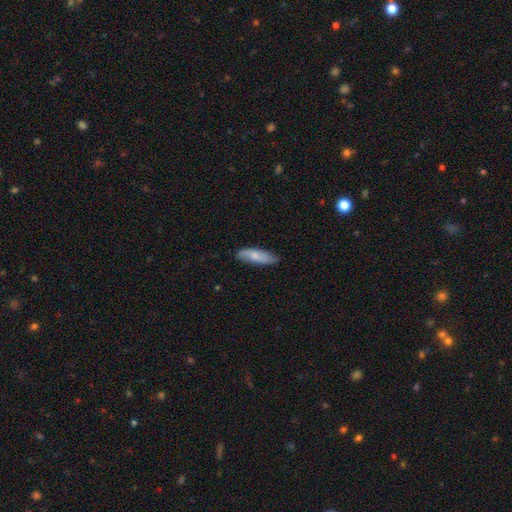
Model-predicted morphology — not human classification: type=smooth (72%); roundness=in between (52%); merging=none (81%).